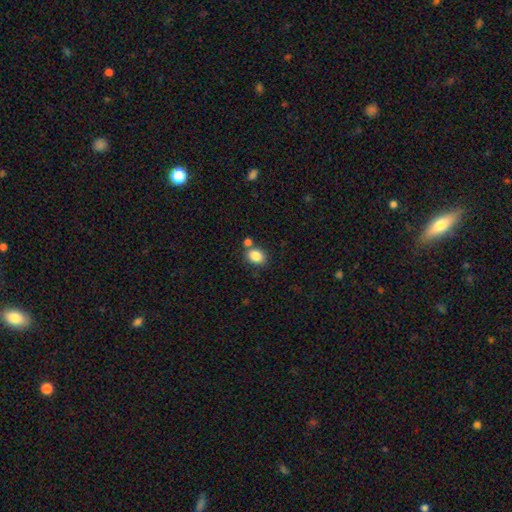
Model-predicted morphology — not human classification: The model was most divided on "how rounded": in between: 61%, round: 38%, cigar-shaped: 1%. More confident: smooth or featured — smooth (84%); merging — none (68%).